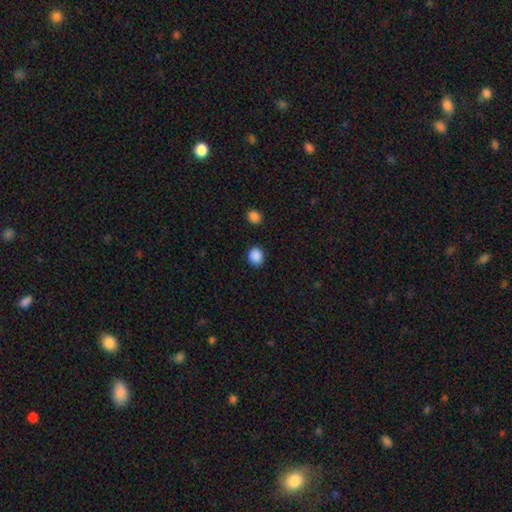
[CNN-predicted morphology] smooth 88%, star or artifact 9%, featured or disk 2%. Down the decision tree: how rounded — round (71%); merging — none (89%).